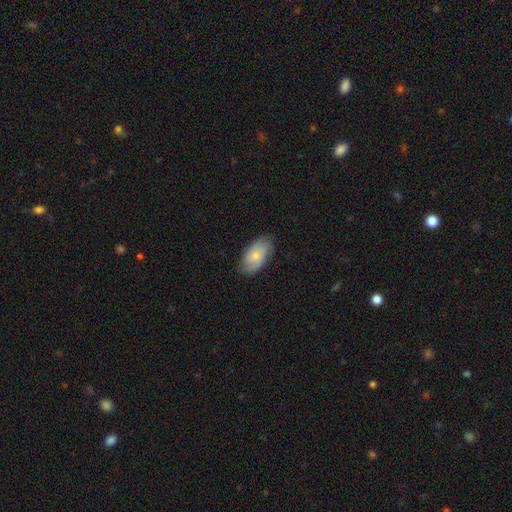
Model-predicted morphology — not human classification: A smooth galaxy with no disk features (65%) that is in between round and cigar-shaped (93%).

Vote fractions:
- Smooth or featured? smooth: 65% / featured or disk: 28% / star or artifact: 6%
- How rounded? in between: 93% / round: 4% / cigar-shaped: 3%
- Merging? none: 77% / minor disturbance: 19% / major disturbance: 4% / merger: 1%